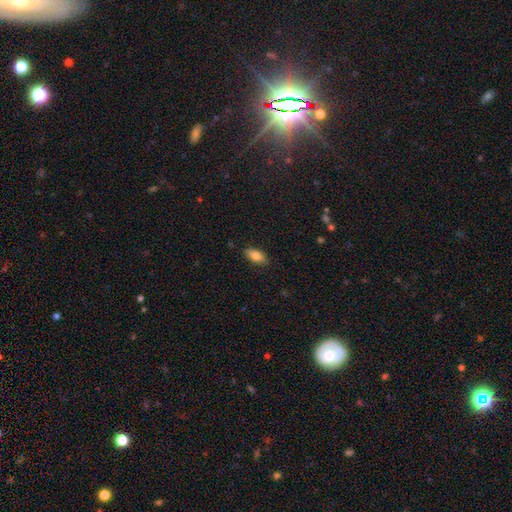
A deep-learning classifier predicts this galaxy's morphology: smooth_or_featured: smooth (p=0.81) [alt: featured or disk p=0.12]
how_rounded: in between (p=0.87) [alt: cigar-shaped p=0.10]
merging: none (p=0.87) [alt: minor disturbance p=0.10]